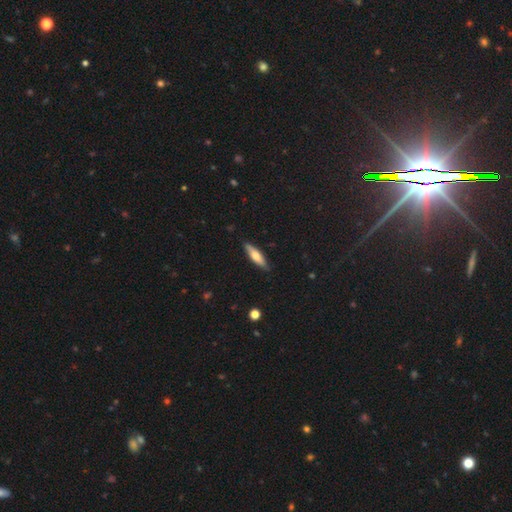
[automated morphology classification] This is possibly a smooth galaxy (59%). How rounded: likely cigar-shaped (64%). Merging: clearly none (87%).